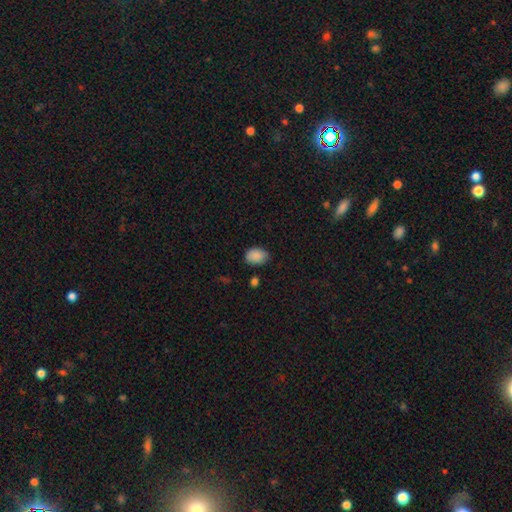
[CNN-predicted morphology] Smooth or featured?
  - smooth: 88% *
  - star or artifact: 8%
  - featured or disk: 4%
How rounded?
  - in between: 74% *
  - round: 25%
  - cigar-shaped: 1%
Merging?
  - none: 74% *
  - minor disturbance: 20%
  - major disturbance: 3%
  - merger: 3%